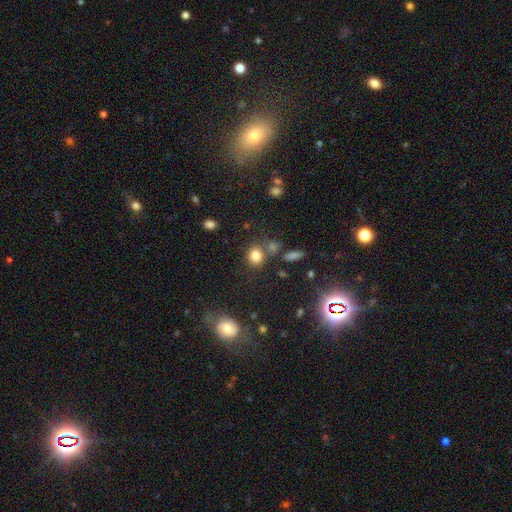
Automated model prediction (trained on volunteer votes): smooth_or_featured: smooth (p=0.80) [alt: star or artifact p=0.13]
how_rounded: round (p=0.71) [alt: in between p=0.27]
merging: none (p=0.67) [alt: merger p=0.15]